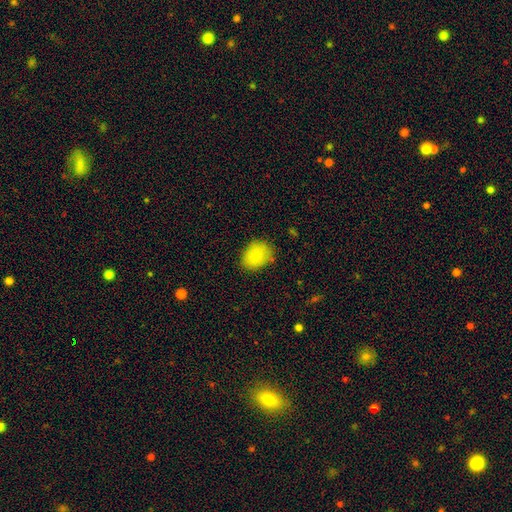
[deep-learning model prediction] Smooth or featured? smooth (80%)
How rounded? in between (56%)
Merging? none (76%)